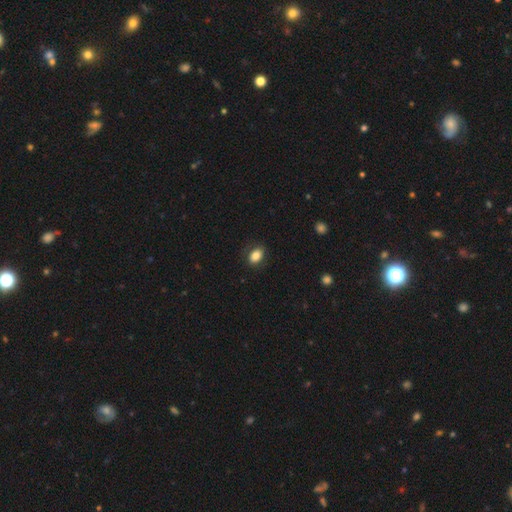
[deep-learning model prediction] A smooth galaxy with no disk features (83%) that is in between round and cigar-shaped (80%). Merging: none (83%).